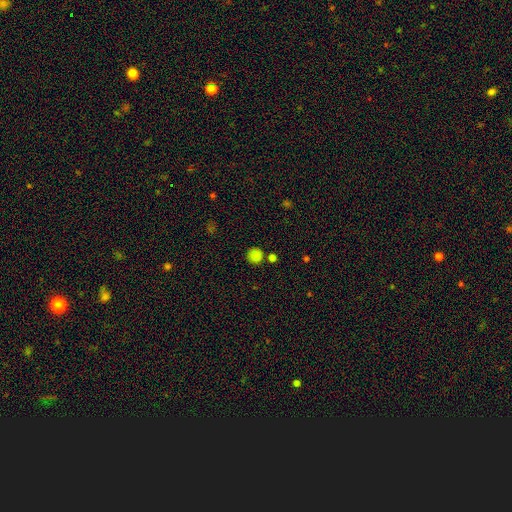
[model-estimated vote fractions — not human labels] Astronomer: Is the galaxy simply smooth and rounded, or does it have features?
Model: smooth — 82%.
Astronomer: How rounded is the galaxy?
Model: round — 93%.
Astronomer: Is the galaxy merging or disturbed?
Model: none — 80%.